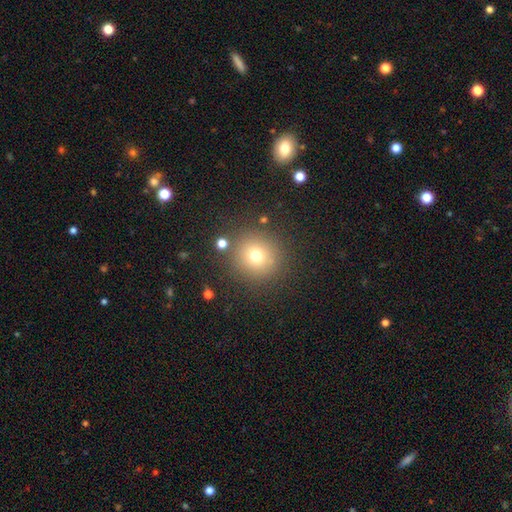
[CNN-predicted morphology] Overall: smooth (71%). How rounded: round (94%). Merging: none (85%).